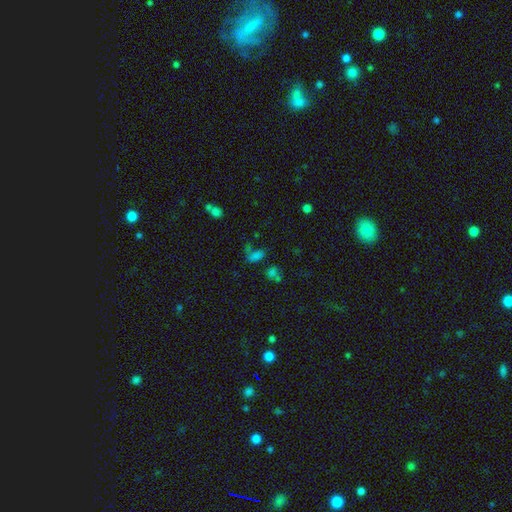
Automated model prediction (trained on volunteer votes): This appears to be a smooth galaxy with no disk features (65%) that is in between round and cigar-shaped (80%). Merging: none (43%).